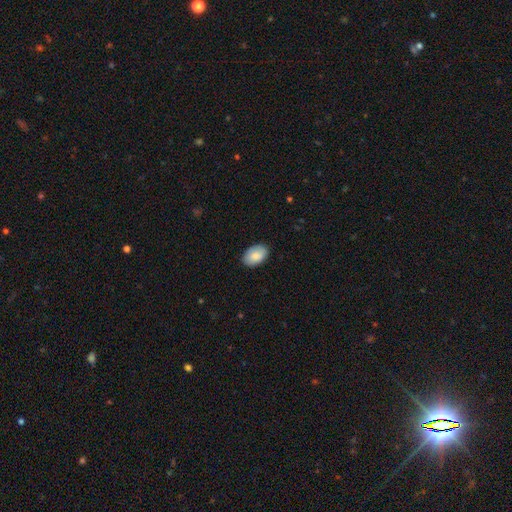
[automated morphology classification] Smooth or featured? Predicted: smooth (p=0.86). How rounded? Predicted: in between (p=0.91). Merging? Predicted: none (p=0.86).